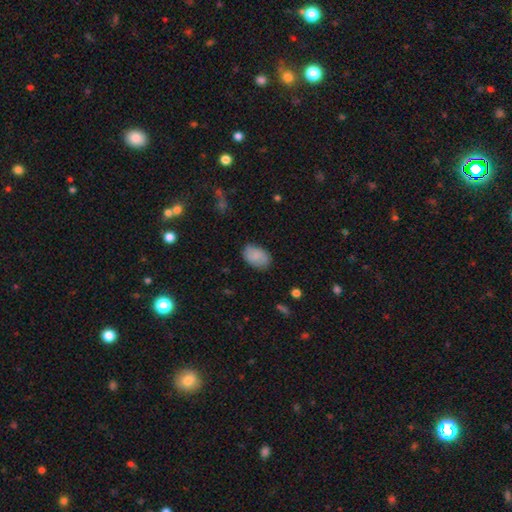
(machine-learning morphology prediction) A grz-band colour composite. It shows a smooth galaxy with no disk features (83%) that is in between round and cigar-shaped (89%). Merging: none (81%).